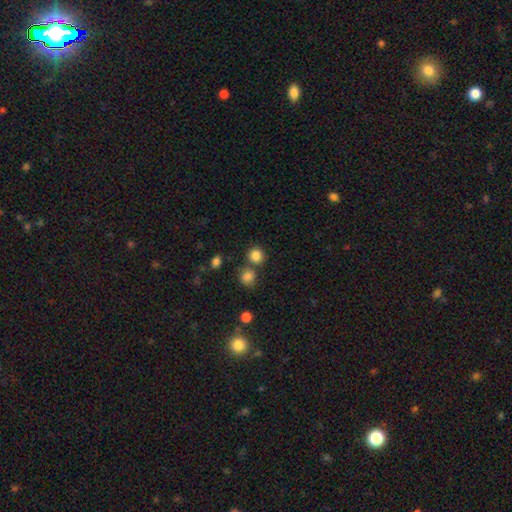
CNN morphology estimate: Smooth or featured: smooth — 84% (star or artifact — 11%)
How rounded: round — 89% (in between — 10%)
Merging: none — 69% (merger — 20%)